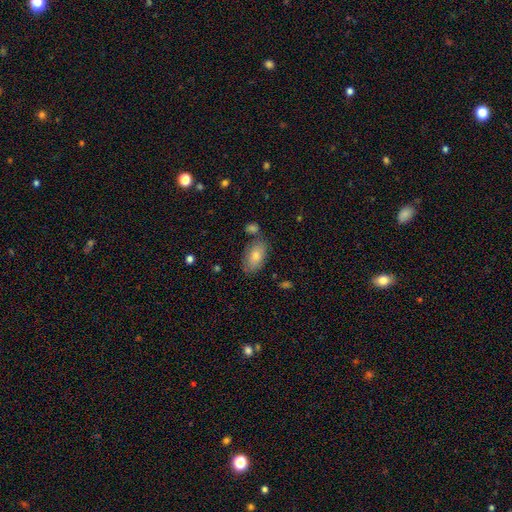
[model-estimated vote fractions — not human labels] Smooth or featured? smooth (76%)
How rounded? in between (92%)
Merging? none (76%)